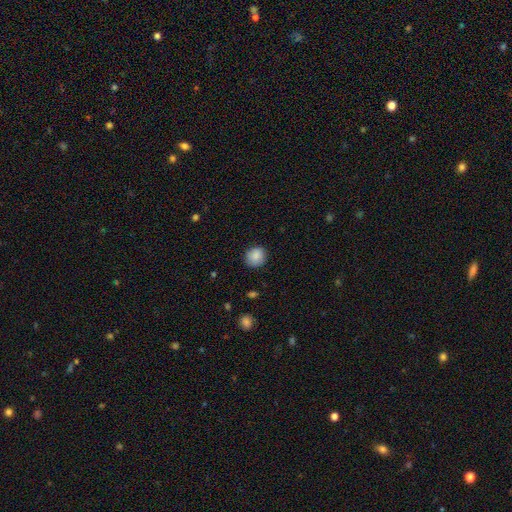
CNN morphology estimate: Smooth or featured: smooth — 87% (star or artifact — 8%)
How rounded: round — 85% (in between — 14%)
Merging: none — 85% (minor disturbance — 11%)